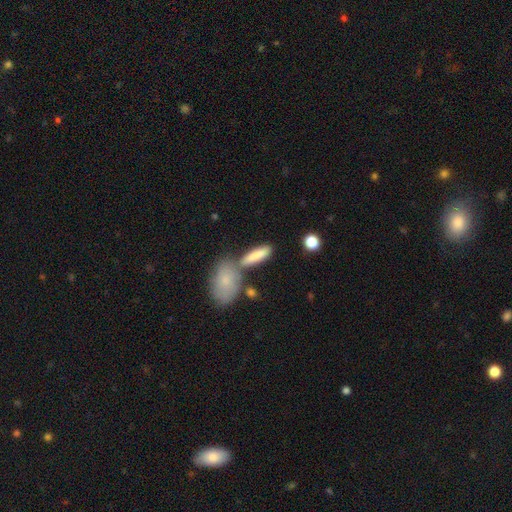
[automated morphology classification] Smooth or featured? smooth (82%)
How rounded? cigar-shaped (51%)
Merging? none (58%)